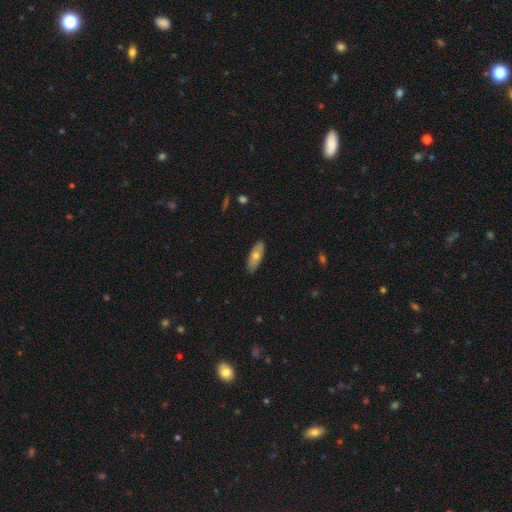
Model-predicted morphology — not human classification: Smooth or featured: smooth — 59% (featured or disk — 34%)
How rounded: in between — 76% (cigar-shaped — 21%)
Merging: none — 88% (minor disturbance — 10%)